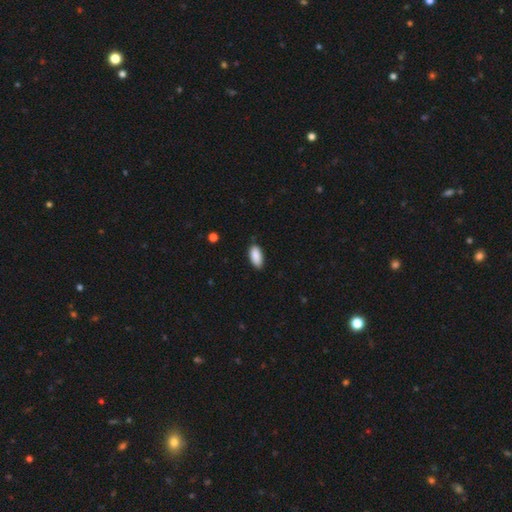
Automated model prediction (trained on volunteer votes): Smooth or featured? Predicted: smooth (p=0.90). How rounded? Predicted: in between (p=0.90). Merging? Predicted: none (p=0.84).